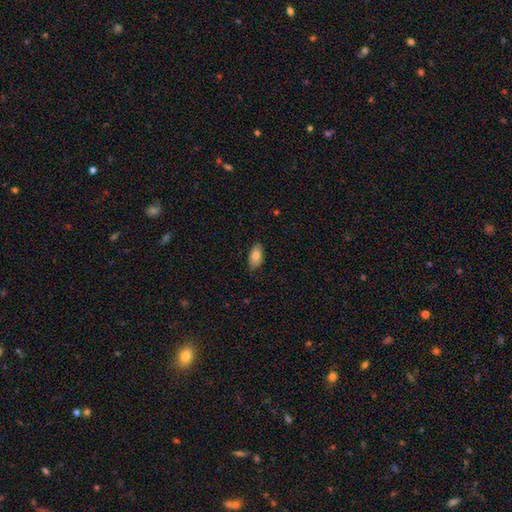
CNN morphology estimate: smooth 80%, featured or disk 13%, star or artifact 7%. Down the decision tree: how rounded — in between (92%); merging — none (80%).